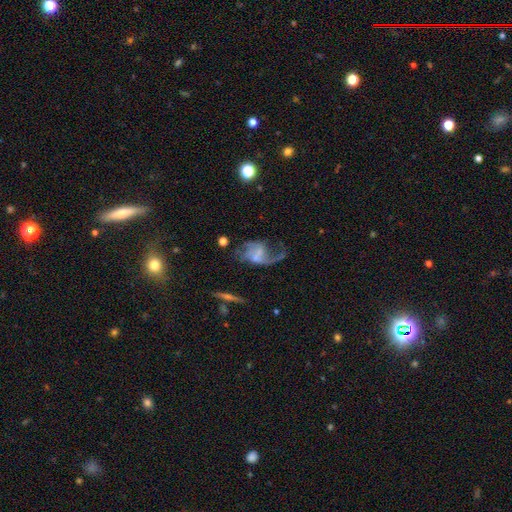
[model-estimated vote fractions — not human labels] This is likely a featured or disk galaxy (75%). It is clearly not viewed edge-on (97%). Bar: possibly no (52%). Spiral arm pattern: clearly yes (82%). Spiral arm count: possibly 2 (58%). Spiral winding: likely loose (71%). Central bulge: marginally none (43%). Merging: marginally major disturbance (41%).